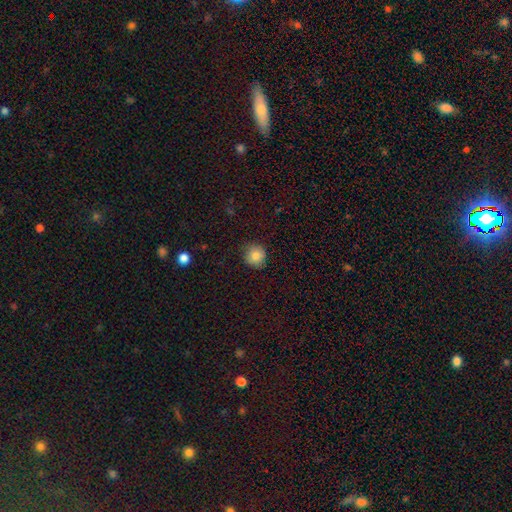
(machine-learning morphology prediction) type=smooth (84%); roundness=round (92%); merging=none (86%).